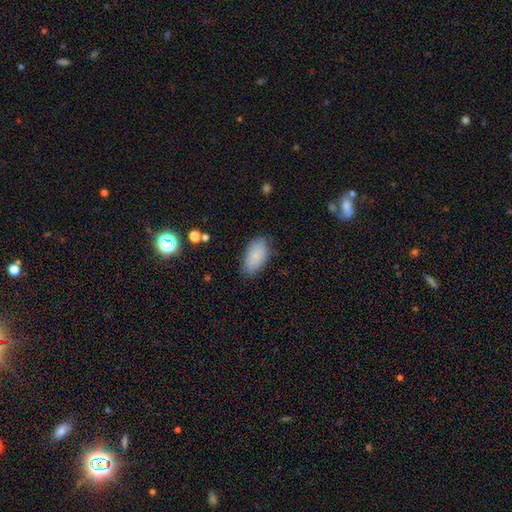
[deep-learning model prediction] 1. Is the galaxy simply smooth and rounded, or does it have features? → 84% smooth, 8% star or artifact, 8% featured or disk.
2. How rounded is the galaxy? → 94% in between, 4% round, 3% cigar-shaped.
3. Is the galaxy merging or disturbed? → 82% none, 14% minor disturbance, 3% major disturbance, 1% merger.